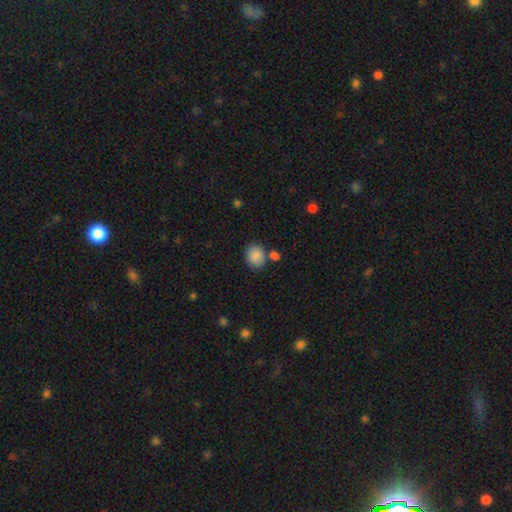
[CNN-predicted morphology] Overall: smooth (88%). How rounded: round (58%; in between 41%). Merging: none (72%).